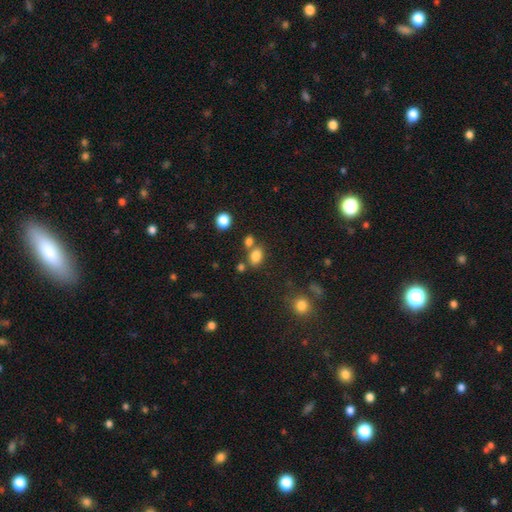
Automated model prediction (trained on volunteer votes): This is clearly a smooth galaxy (81%). How rounded: likely in between (77%). Merging: possibly none (60%).